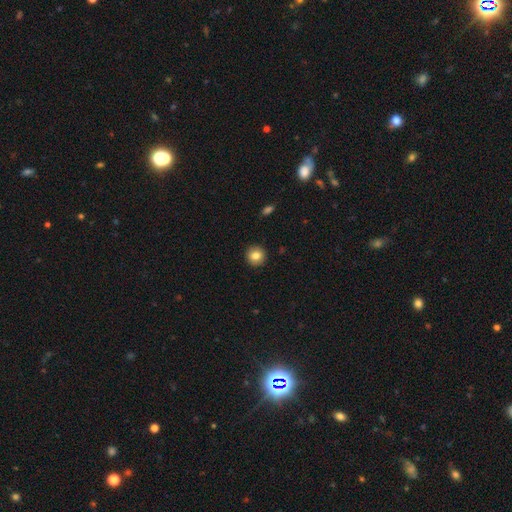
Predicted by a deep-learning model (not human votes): smooth 83%, star or artifact 9%, featured or disk 8%. Down the decision tree: how rounded — round (93%); merging — none (92%).